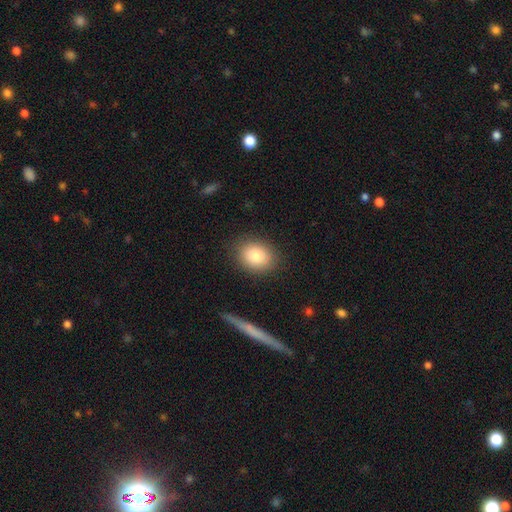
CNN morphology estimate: A smooth galaxy with no disk features (82%) that is round (50%). Merging: none (85%).